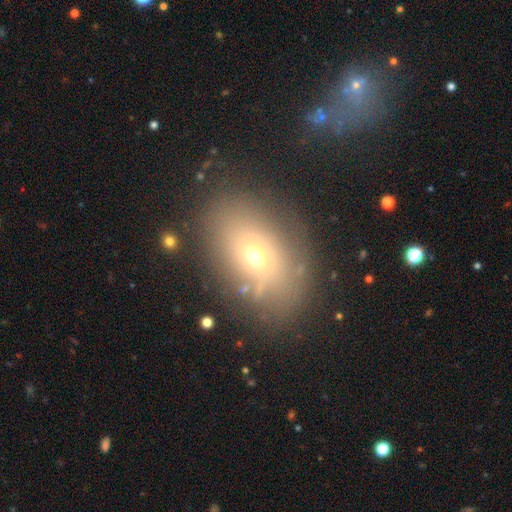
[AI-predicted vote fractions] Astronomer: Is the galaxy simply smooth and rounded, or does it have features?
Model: smooth — 63%.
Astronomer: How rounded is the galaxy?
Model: in between — 75%.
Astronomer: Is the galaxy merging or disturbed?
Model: none — 72%.